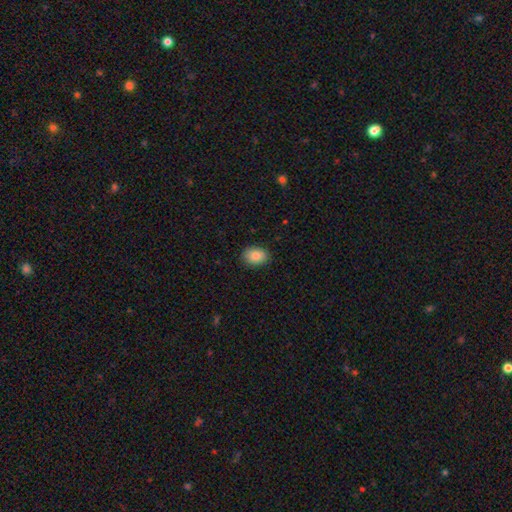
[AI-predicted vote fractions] smooth-or-featured: smooth: 86% | star or artifact: 8% | featured or disk: 6%
  how-rounded: in between: 72% | round: 27% | cigar-shaped: 1%
  merging: none: 89% | minor disturbance: 8% | major disturbance: 2% | merger: 1%